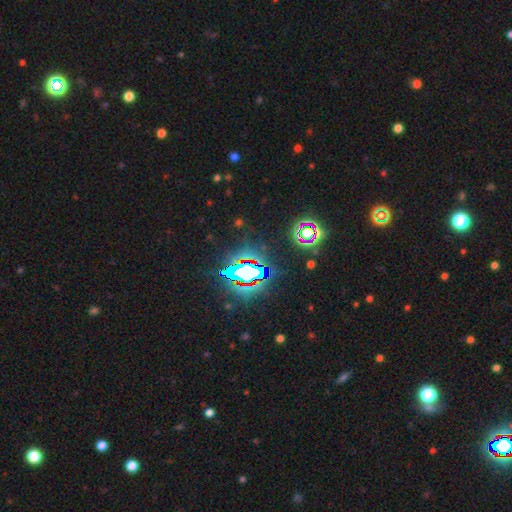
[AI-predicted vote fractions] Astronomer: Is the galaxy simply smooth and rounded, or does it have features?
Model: star or artifact — 79%.